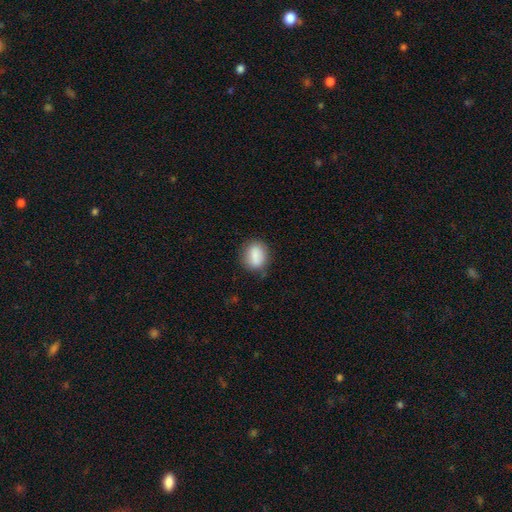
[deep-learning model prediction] A smooth galaxy with no disk features (86%) that is in between round and cigar-shaped (62%).

Vote fractions:
- Smooth or featured? smooth: 86% / star or artifact: 7% / featured or disk: 6%
- How rounded? in between: 62% / round: 36% / cigar-shaped: 2%
- Merging? none: 75% / minor disturbance: 19% / major disturbance: 4% / merger: 2%